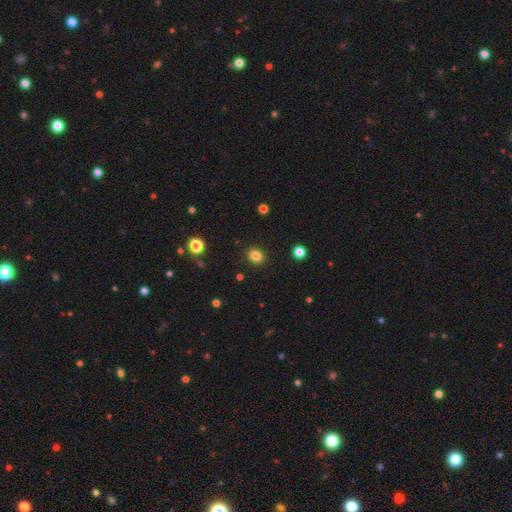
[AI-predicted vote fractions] This is clearly a smooth galaxy (83%). How rounded: possibly round (57%). Merging: clearly none (90%).